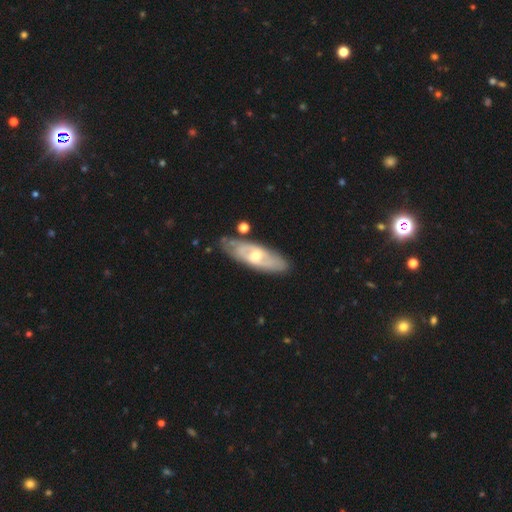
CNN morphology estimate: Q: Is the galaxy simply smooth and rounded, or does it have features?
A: featured or disk — 71%.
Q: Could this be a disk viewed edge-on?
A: no — 79%.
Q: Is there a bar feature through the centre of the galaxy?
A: no — 55%.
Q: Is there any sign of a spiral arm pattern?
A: yes — 67%.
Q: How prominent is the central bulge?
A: moderate — 62%.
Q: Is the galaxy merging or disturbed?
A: none — 76%.